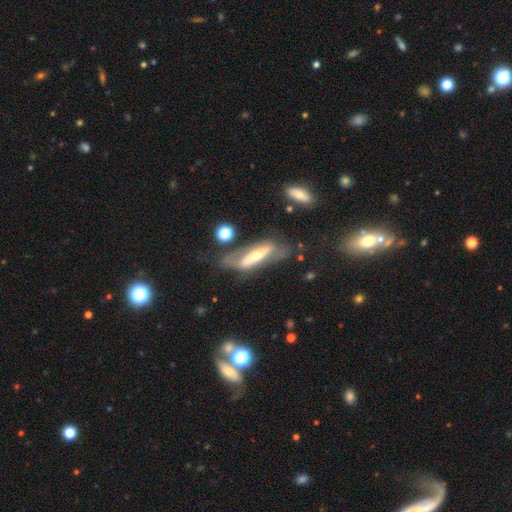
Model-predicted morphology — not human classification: The model was most divided on "edge-on disk": no: 61%, yes: 39%. More confident: smooth or featured — featured or disk (71%); merging — none (54%).